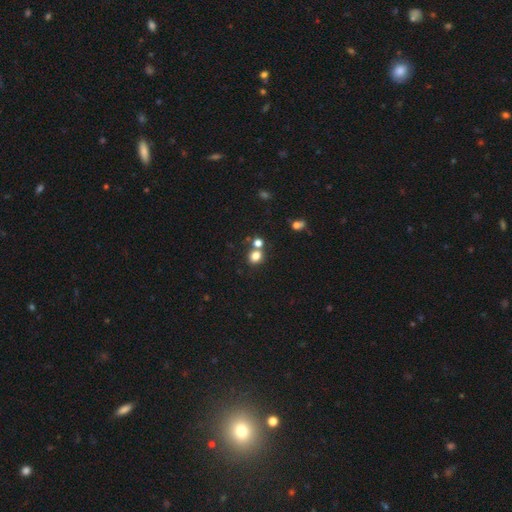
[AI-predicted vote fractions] Smooth or featured? Predicted: smooth (p=0.78). How rounded? Predicted: round (p=0.71). Merging? Predicted: none (p=0.62).